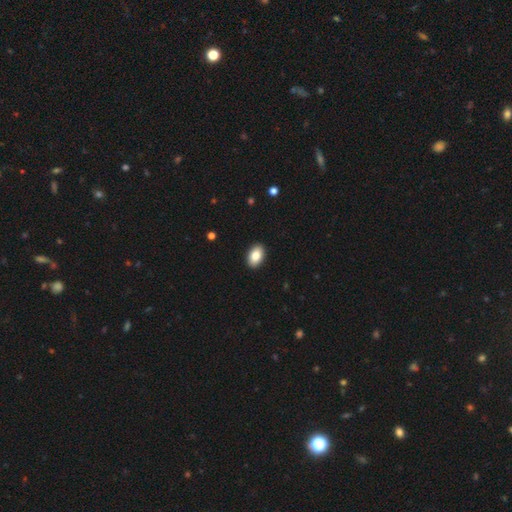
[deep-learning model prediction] Morphology: type=smooth (86%); roundness=in between (92%); merging=none (91%).